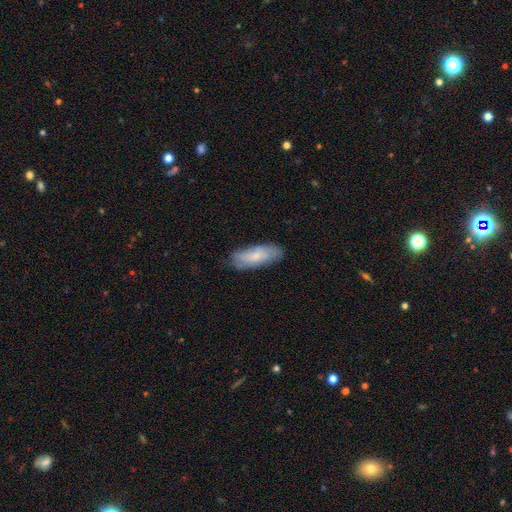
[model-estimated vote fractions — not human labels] This is likely a smooth galaxy (69%). How rounded: likely in between (71%). Merging: likely none (78%).